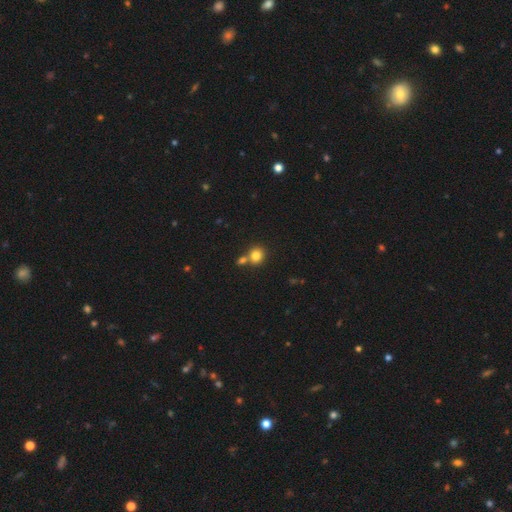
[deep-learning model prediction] Morphology: type=smooth (81%); roundness=round (85%); merging=none (60%).